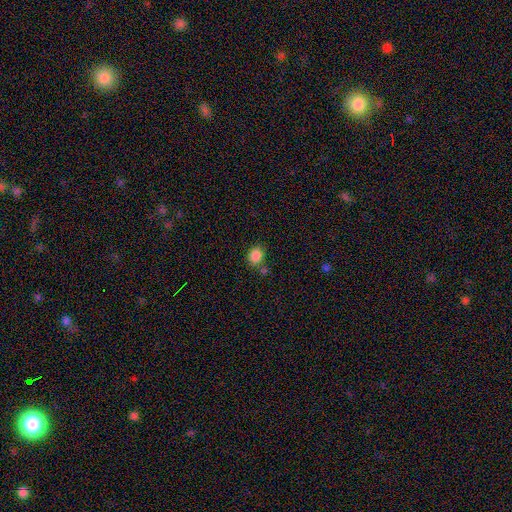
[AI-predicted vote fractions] This is clearly a smooth galaxy (86%). How rounded: likely round (68%). Merging: likely none (70%).